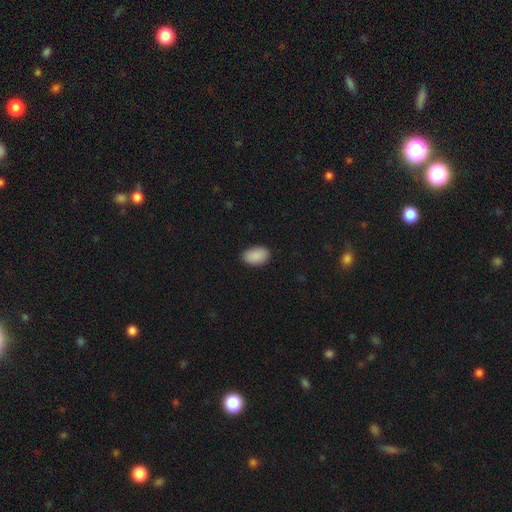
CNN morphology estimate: Smooth or featured? smooth (90%)
How rounded? in between (93%)
Merging? none (87%)